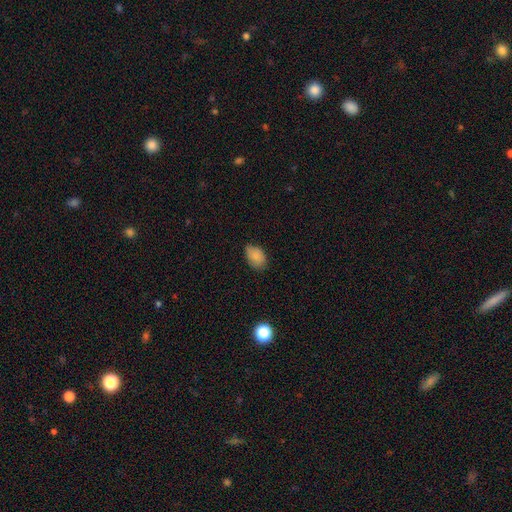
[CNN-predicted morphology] This appears to be a smooth galaxy with no disk features (85%) that is in between round and cigar-shaped (88%). Merging: none (76%).